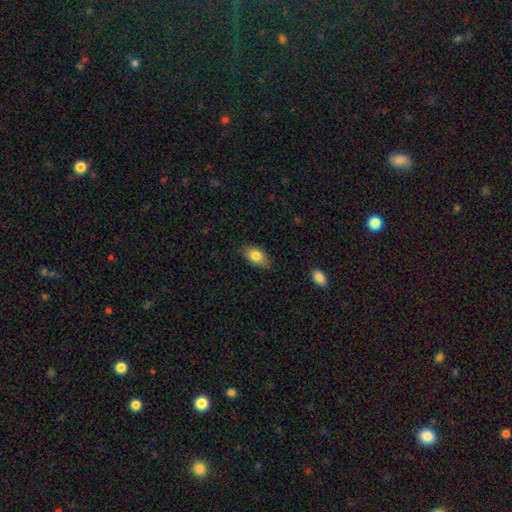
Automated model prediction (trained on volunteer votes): Q: Smooth or featured?
A: smooth (80%); runner-up: featured or disk (13%)
Q: How rounded?
A: in between (90%); runner-up: round (7%)
Q: Merging?
A: none (76%); runner-up: minor disturbance (19%)